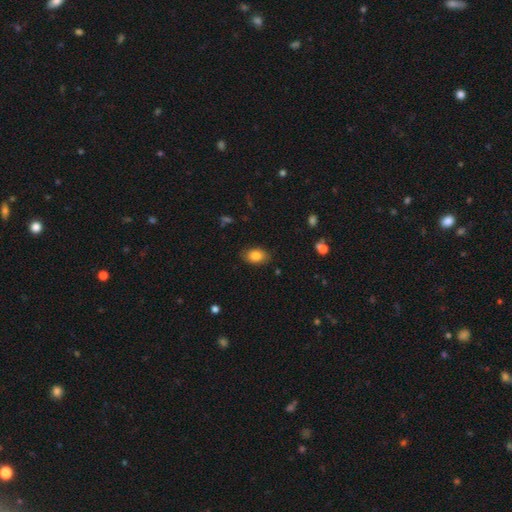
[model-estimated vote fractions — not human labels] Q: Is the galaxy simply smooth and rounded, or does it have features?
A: smooth — 84%.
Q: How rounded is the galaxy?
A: in between — 85%.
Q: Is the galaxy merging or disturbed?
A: none — 85%.